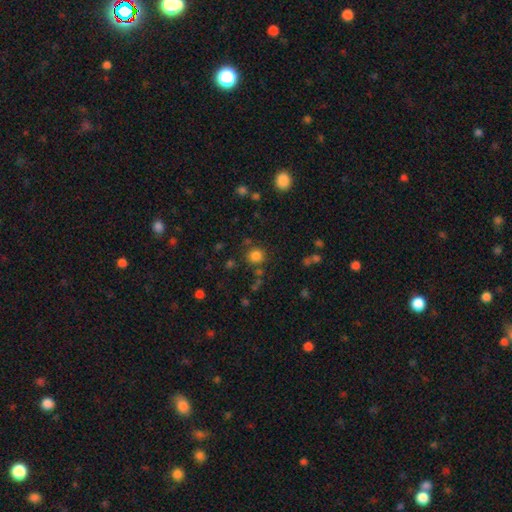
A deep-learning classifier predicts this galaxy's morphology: smooth_or_featured: smooth (p=0.80) [alt: star or artifact p=0.15]
how_rounded: round (p=0.89) [alt: in between p=0.10]
merging: none (p=0.80) [alt: minor disturbance p=0.10]